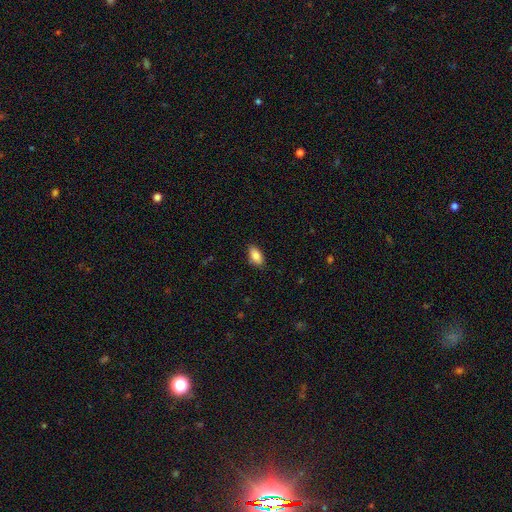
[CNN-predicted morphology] This is clearly a smooth galaxy (84%). How rounded: clearly in between (90%). Merging: clearly none (85%).